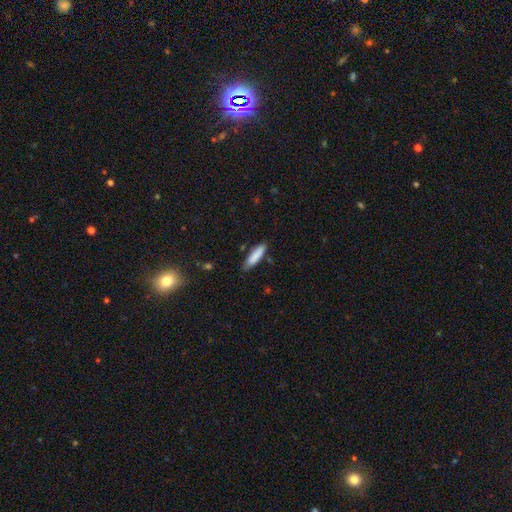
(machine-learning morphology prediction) smooth-or-featured: smooth: 86% | featured or disk: 8% | star or artifact: 6%
  how-rounded: cigar-shaped: 66% | in between: 33% | round: 1%
  merging: none: 79% | minor disturbance: 17% | major disturbance: 3% | merger: 2%